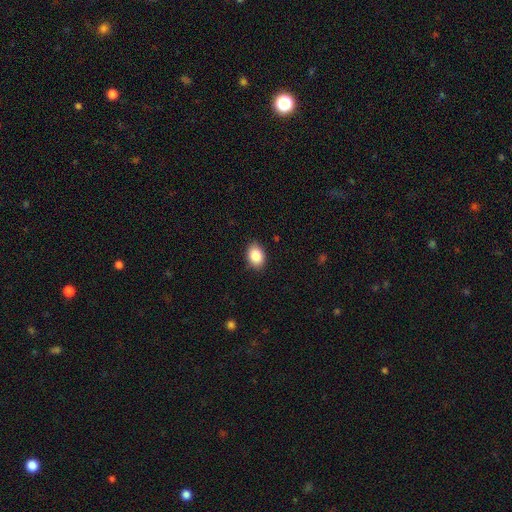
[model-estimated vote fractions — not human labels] A smooth galaxy with no disk features (87%) that is in between round and cigar-shaped (77%).

Vote fractions:
- Smooth or featured? smooth: 87% / star or artifact: 8% / featured or disk: 6%
- How rounded? in between: 77% / round: 22% / cigar-shaped: 1%
- Merging? none: 88% / minor disturbance: 10% / major disturbance: 2% / merger: 1%